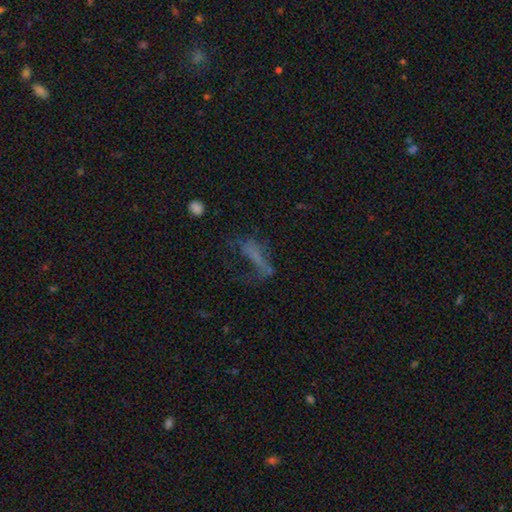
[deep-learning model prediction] smooth_or_featured: smooth (p=0.40) [alt: featured or disk p=0.33]
merging: major disturbance (p=0.42) [alt: none p=0.33]